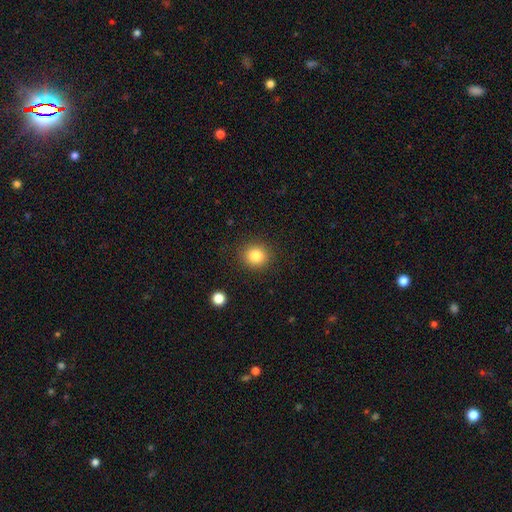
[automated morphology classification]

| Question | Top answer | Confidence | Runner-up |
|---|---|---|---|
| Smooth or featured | smooth | 84% | star or artifact (10%) |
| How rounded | round | 84% | in between (15%) |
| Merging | none | 88% | minor disturbance (7%) |